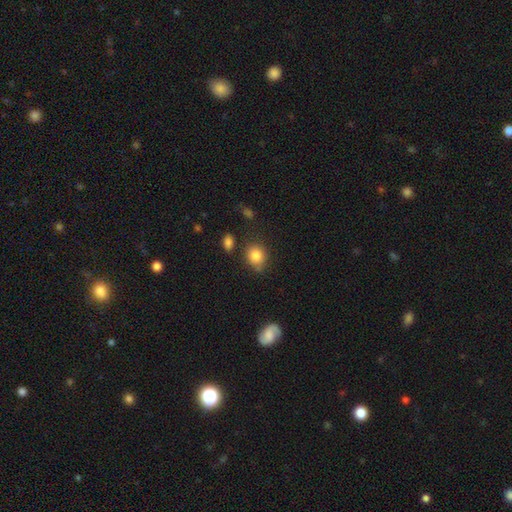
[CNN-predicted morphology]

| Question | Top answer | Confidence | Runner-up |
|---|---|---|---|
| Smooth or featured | smooth | 84% | star or artifact (9%) |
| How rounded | round | 68% | in between (31%) |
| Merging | none | 72% | minor disturbance (18%) |